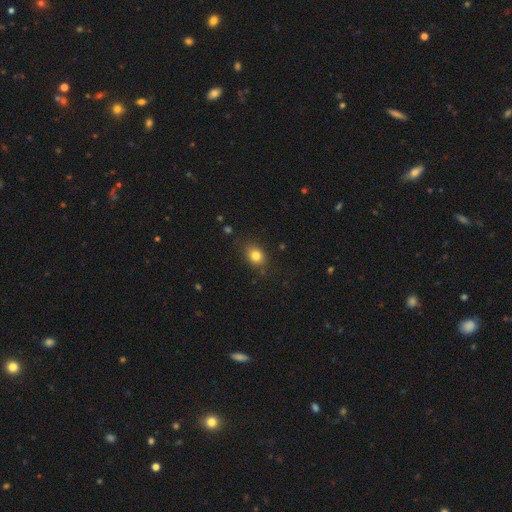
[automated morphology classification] The model was most divided on "how rounded": in between: 53%, round: 46%, cigar-shaped: 1%. More confident: smooth or featured — smooth (81%); merging — none (81%).